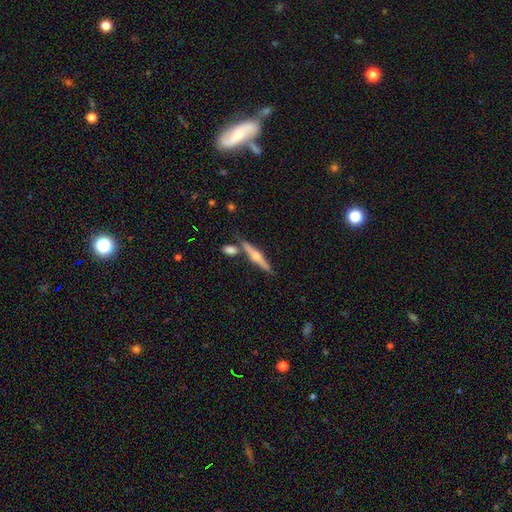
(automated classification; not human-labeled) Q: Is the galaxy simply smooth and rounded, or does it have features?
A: featured or disk — 66%.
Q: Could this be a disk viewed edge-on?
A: yes — 97%.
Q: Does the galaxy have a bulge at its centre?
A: rounded — 91%.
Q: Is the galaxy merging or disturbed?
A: none — 73%.